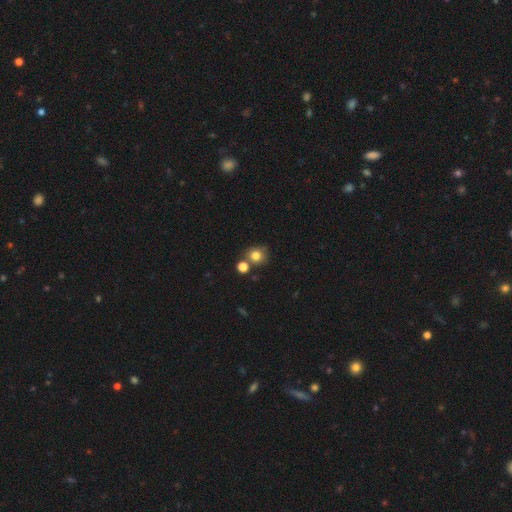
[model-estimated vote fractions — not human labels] This is likely a smooth galaxy (80%). How rounded: clearly round (85%). Merging: likely none (65%).